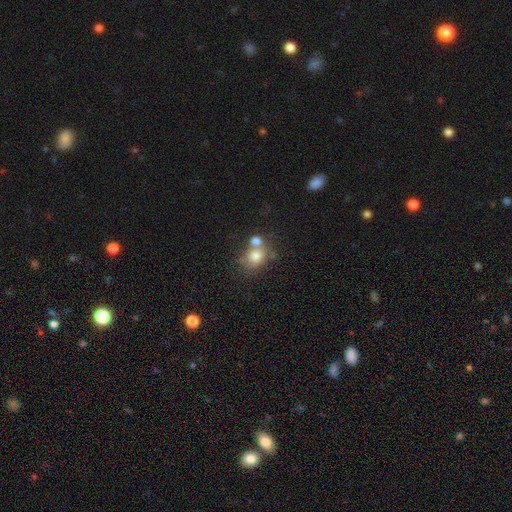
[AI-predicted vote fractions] Q: Smooth or featured?
A: smooth (76%); runner-up: star or artifact (12%)
Q: How rounded?
A: round (63%); runner-up: in between (36%)
Q: Merging?
A: none (49%); runner-up: merger (34%)